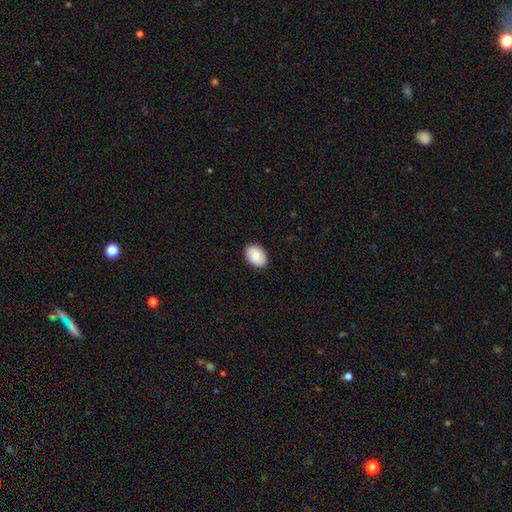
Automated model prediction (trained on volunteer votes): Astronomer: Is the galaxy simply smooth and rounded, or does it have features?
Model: smooth — 87%.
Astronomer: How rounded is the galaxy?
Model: in between — 84%.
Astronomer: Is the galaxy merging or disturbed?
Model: none — 89%.